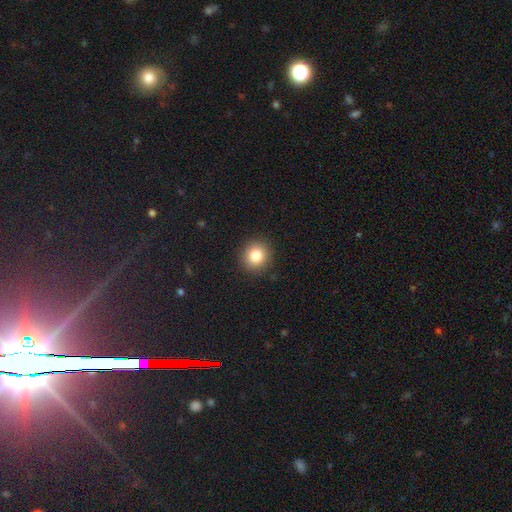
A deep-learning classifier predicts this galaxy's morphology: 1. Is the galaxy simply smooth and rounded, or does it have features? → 83% smooth, 10% star or artifact, 7% featured or disk.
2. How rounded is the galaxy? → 90% round, 9% in between, 1% cigar-shaped.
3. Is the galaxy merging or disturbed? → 91% none, 6% minor disturbance, 2% major disturbance, 1% merger.